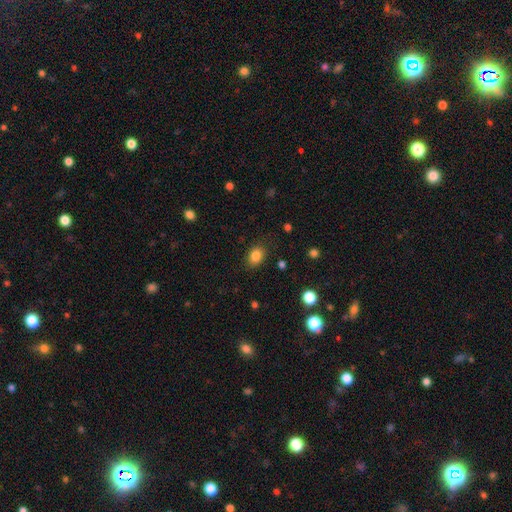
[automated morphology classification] Smooth or featured? smooth (84%)
How rounded? in between (69%)
Merging? none (83%)